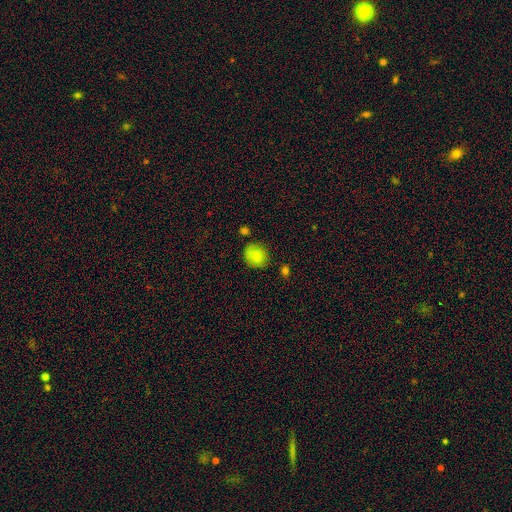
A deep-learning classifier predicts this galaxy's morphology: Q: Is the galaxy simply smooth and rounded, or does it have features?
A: smooth — 85%.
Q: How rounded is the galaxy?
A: round — 79%.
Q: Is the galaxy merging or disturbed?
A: none — 76%.